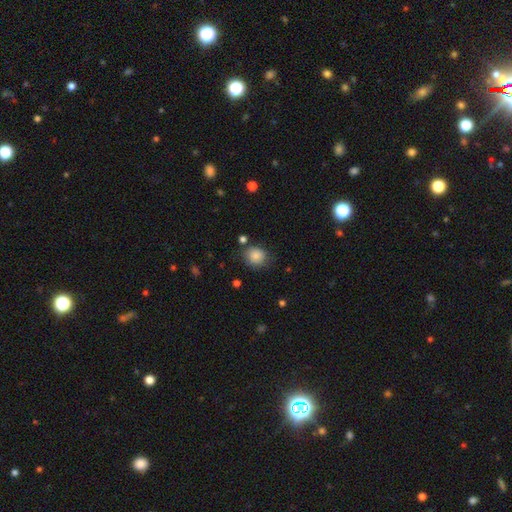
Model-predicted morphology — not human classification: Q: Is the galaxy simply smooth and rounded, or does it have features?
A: smooth — 85%.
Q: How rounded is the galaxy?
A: round — 77%.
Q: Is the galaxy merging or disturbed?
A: none — 76%.